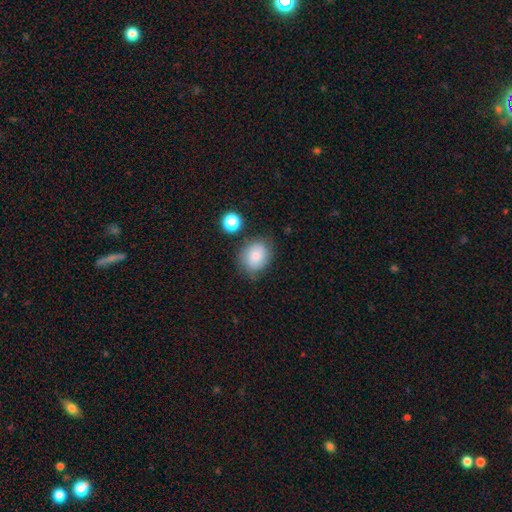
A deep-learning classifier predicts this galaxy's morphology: Smooth or featured? smooth (77%)
How rounded? in between (50%)
Merging? none (72%)